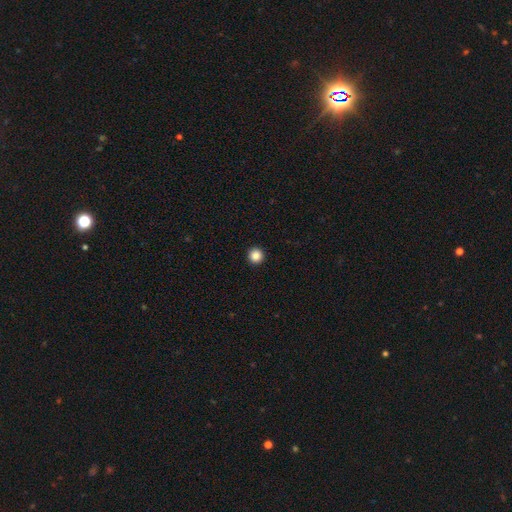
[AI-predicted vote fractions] Q: Smooth or featured?
A: smooth (87%); runner-up: star or artifact (10%)
Q: How rounded?
A: round (96%); runner-up: in between (3%)
Q: Merging?
A: none (95%); runner-up: minor disturbance (3%)